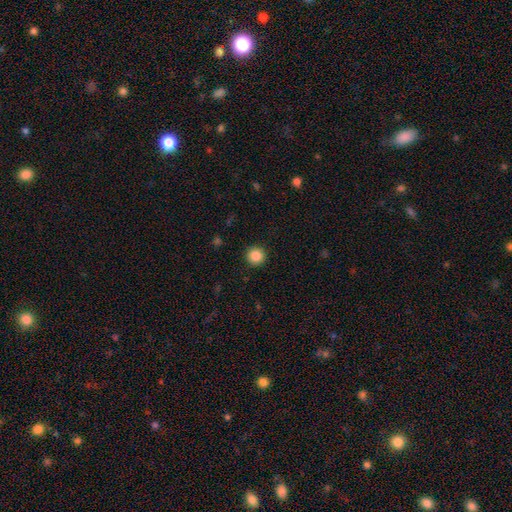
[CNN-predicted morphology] Smooth or featured? Predicted: smooth (p=0.87). How rounded? Predicted: round (p=0.95). Merging? Predicted: none (p=0.93).